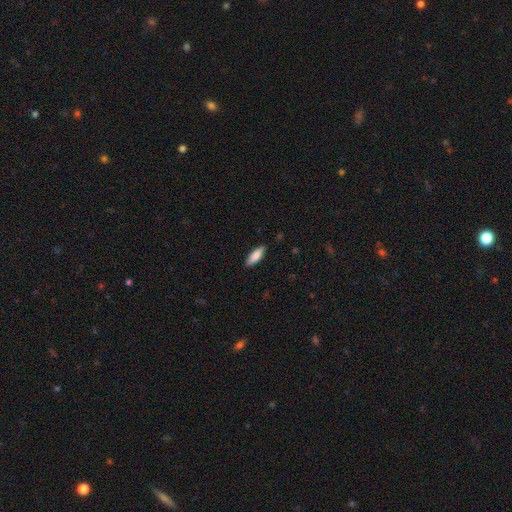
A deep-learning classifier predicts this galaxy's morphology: Smooth or featured: smooth — 84% (featured or disk — 11%)
How rounded: in between — 59% (cigar-shaped — 40%)
Merging: none — 86% (minor disturbance — 11%)